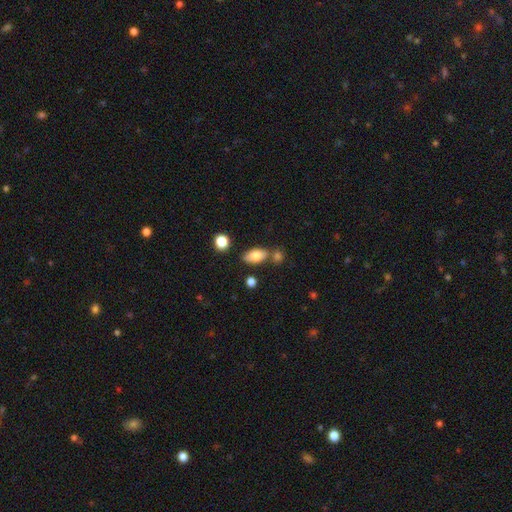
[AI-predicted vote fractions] This appears to be a smooth galaxy with no disk features (79%) that is in between round and cigar-shaped (89%). Merging: none (69%).